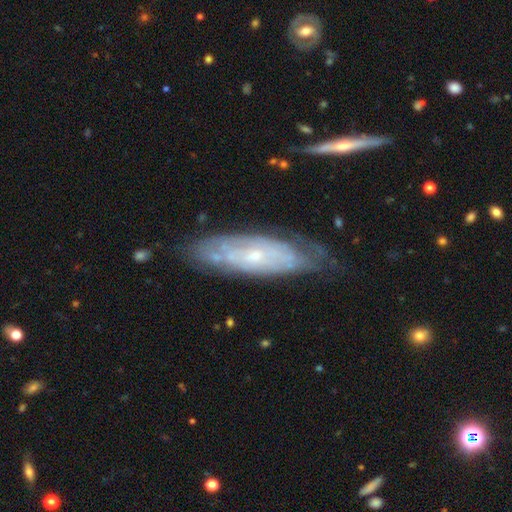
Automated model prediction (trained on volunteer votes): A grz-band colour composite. It shows a featured or disk galaxy (72%) with no bar (78%), spiral arms (73%) and a small central bulge (75%). Merging: none (66%).